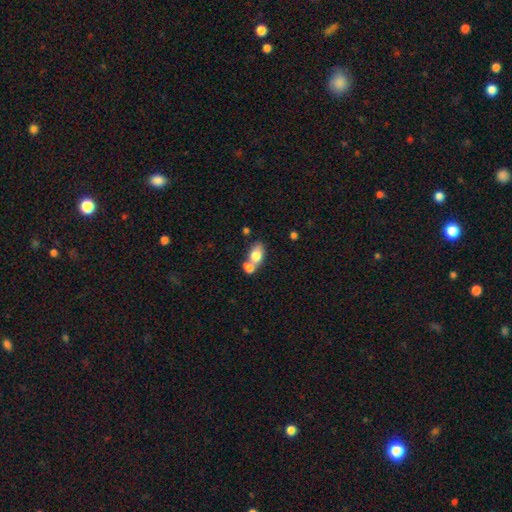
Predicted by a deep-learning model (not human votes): This is likely a smooth galaxy (76%). How rounded: clearly in between (81%). Merging: likely merger (60%).